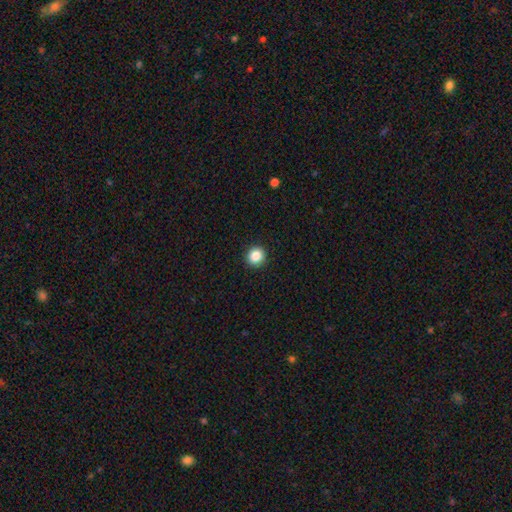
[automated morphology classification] type=smooth (86%); roundness=round (90%); merging=none (93%).